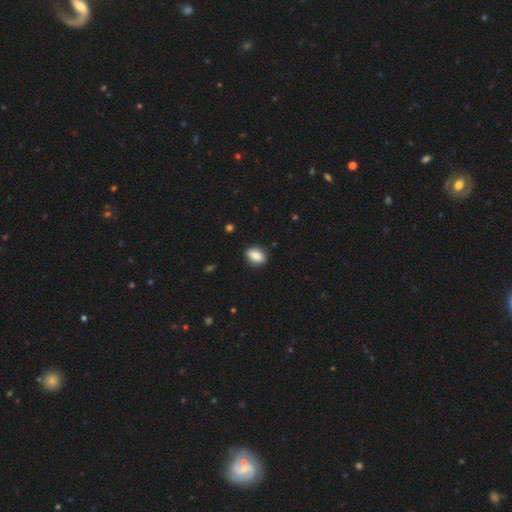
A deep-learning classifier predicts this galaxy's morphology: smooth_or_featured: smooth (p=0.88) [alt: star or artifact p=0.07]
how_rounded: in between (p=0.80) [alt: round p=0.18]
merging: none (p=0.87) [alt: minor disturbance p=0.10]